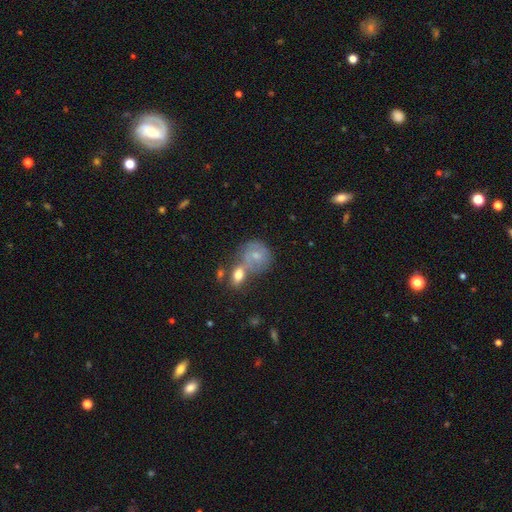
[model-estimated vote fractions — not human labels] A smooth galaxy with no disk features (56%) that is round (71%).

Vote fractions:
- Smooth or featured? smooth: 56% / featured or disk: 35% / star or artifact: 8%
- How rounded? round: 71% / in between: 27% / cigar-shaped: 2%
- Merging? merger: 39% / none: 36% / minor disturbance: 16% / major disturbance: 8%